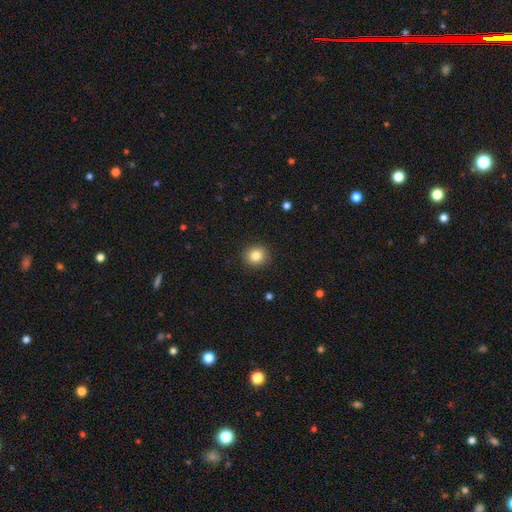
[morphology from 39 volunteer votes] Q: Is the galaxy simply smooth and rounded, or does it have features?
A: smooth — 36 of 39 (92%).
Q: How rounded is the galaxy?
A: round — 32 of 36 (89%).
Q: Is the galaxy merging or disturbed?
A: none — 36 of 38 (95%).